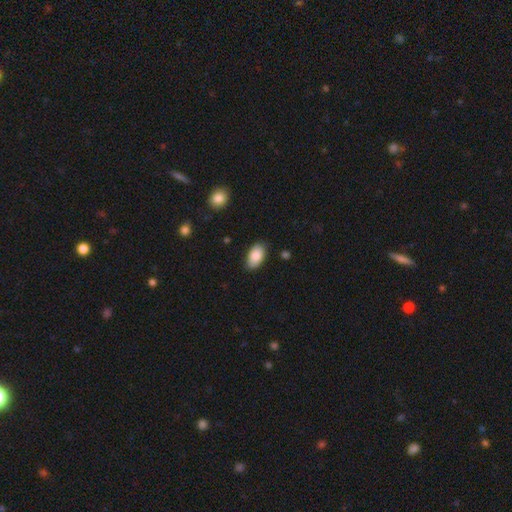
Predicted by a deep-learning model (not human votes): Smooth or featured? Predicted: smooth (p=0.87). How rounded? Predicted: in between (p=0.94). Merging? Predicted: none (p=0.85).